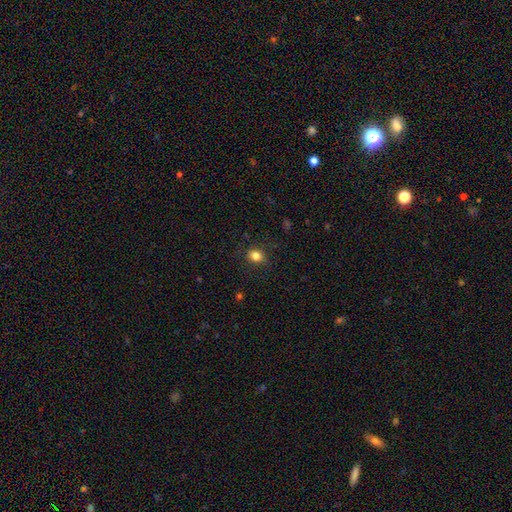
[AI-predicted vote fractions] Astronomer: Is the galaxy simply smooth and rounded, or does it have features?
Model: smooth — 83%.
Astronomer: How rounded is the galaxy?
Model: round — 59% (runner-up: in between, 40%).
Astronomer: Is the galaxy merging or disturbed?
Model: none — 84%.